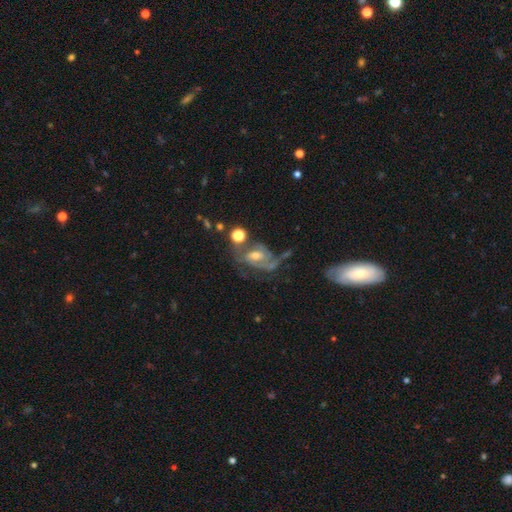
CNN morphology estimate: Smooth or featured: featured or disk — 77% (smooth — 14%)
Edge-on disk: no — 96% (yes — 4%)
Bar: no — 43% (tied with weak — 43%)
Spiral arms: yes — 86% (no — 14%)
Spiral winding: medium — 43% (tight — 35%)
Spiral arm count: 2 — 49% (can't tell — 21%)
Bulge size: moderate — 57% (small — 35%)
Merging: none — 37% (major disturbance — 29%)